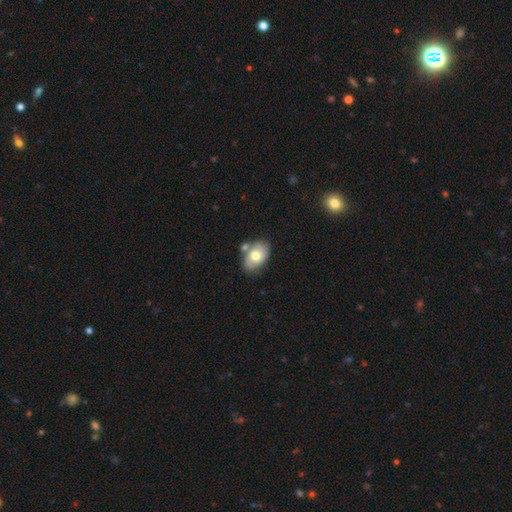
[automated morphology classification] This is likely a smooth galaxy (65%). How rounded: clearly in between (88%). Merging: likely none (60%).